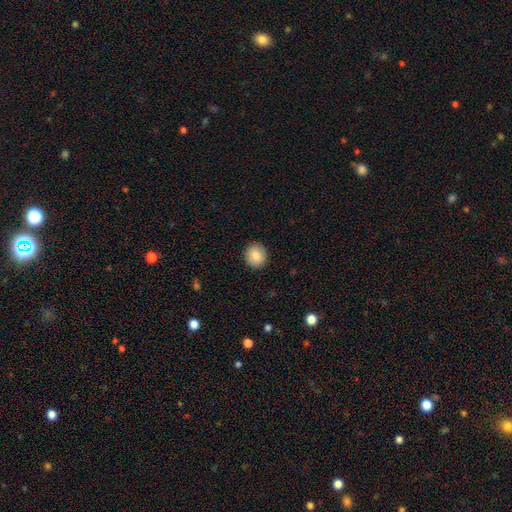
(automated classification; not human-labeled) Q: Smooth or featured?
A: smooth (86%); runner-up: star or artifact (8%)
Q: How rounded?
A: round (85%); runner-up: in between (14%)
Q: Merging?
A: none (91%); runner-up: minor disturbance (6%)